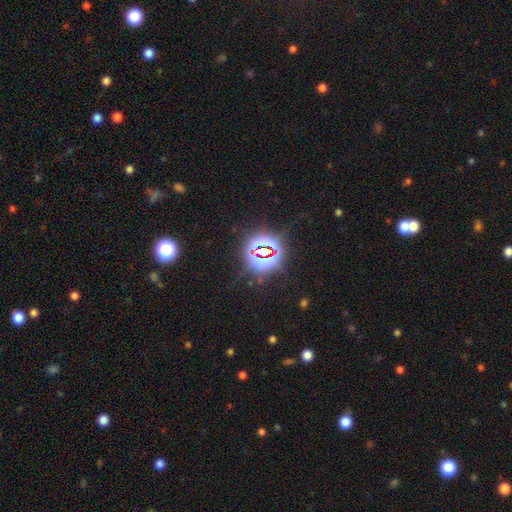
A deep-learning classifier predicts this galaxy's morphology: smooth_or_featured: star or artifact (p=0.80) [alt: smooth p=0.12]